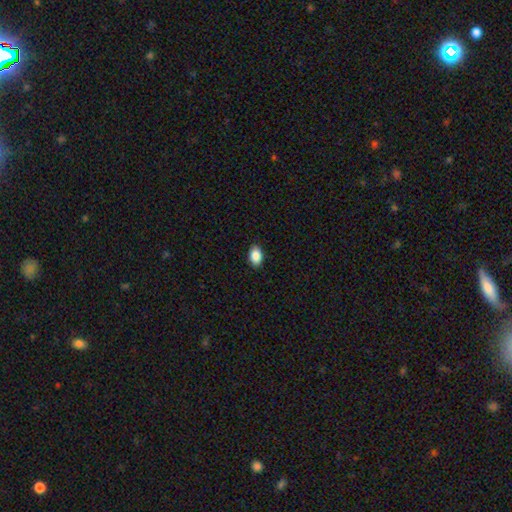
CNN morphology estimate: Overall: smooth (88%). How rounded: in between (88%). Merging: none (89%).